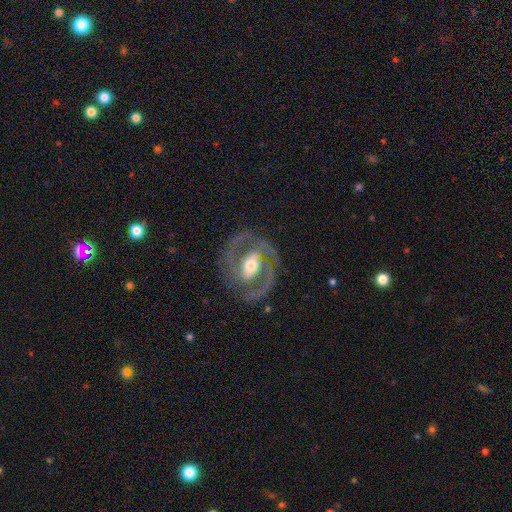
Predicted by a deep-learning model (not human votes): Morphology: type=featured or disk (90%); edge-on=no (97%); bar=strong (44%); spiral arms=yes (96%); winding=medium (50%); arm count=2 (90%); bulge=moderate (68%); merging=none (82%).